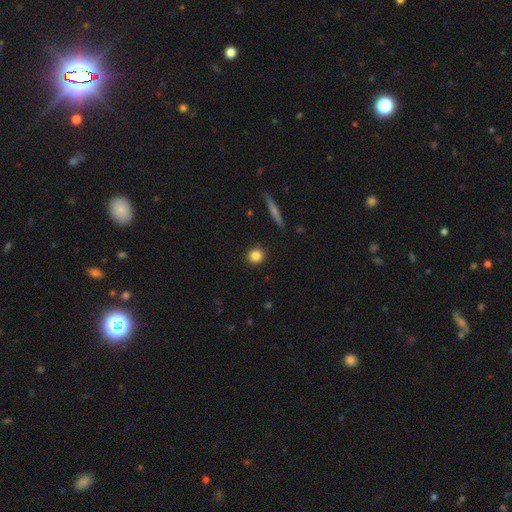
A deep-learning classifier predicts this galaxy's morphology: The model was most divided on "smooth or featured": smooth: 84%, star or artifact: 9%, featured or disk: 7%. More confident: merging — none (91%); how rounded — round (88%).